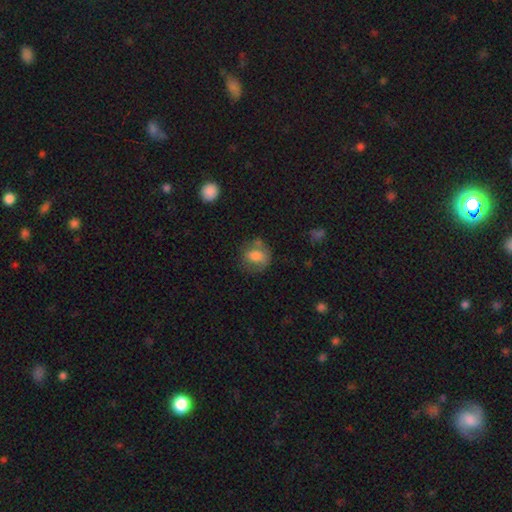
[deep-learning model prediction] This appears to be a smooth galaxy with no disk features (69%) that is round (59%). Merging: none (56%).